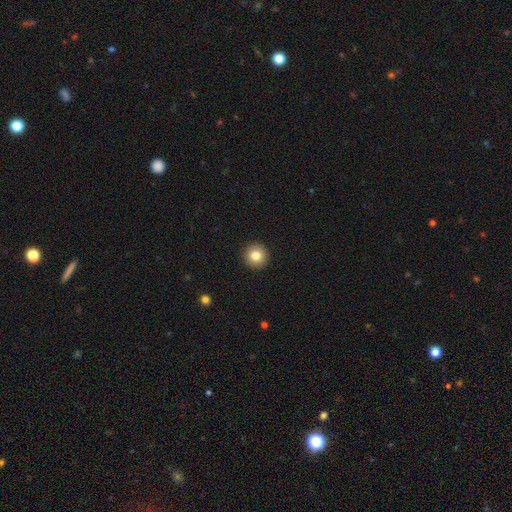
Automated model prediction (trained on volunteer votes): A smooth galaxy with no disk features (81%) that is round (95%). Merging: none (93%).